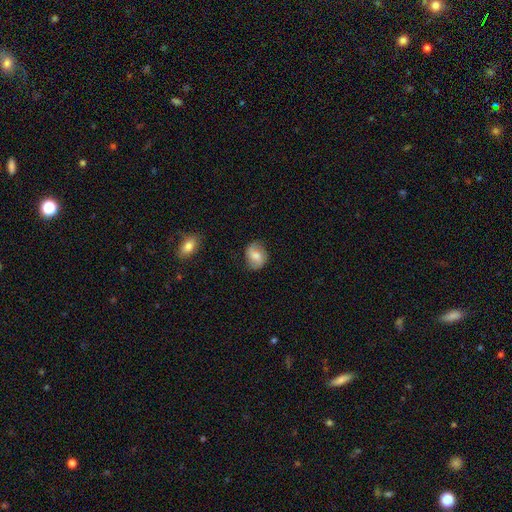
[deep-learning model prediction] smooth_or_featured: smooth (p=0.63) [alt: featured or disk p=0.29]
how_rounded: in between (p=0.52) [alt: round p=0.47]
merging: none (p=0.76) [alt: minor disturbance p=0.18]